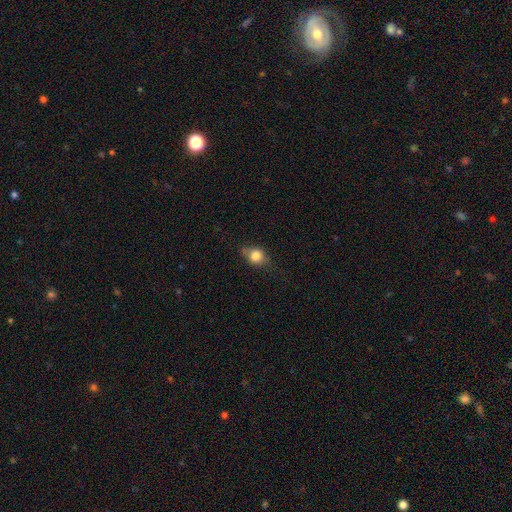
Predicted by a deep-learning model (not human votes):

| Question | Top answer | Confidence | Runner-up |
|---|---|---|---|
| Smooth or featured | smooth | 78% | featured or disk (12%) |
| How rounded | round | 52% | in between (46%) |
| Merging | none | 65% | minor disturbance (26%) |